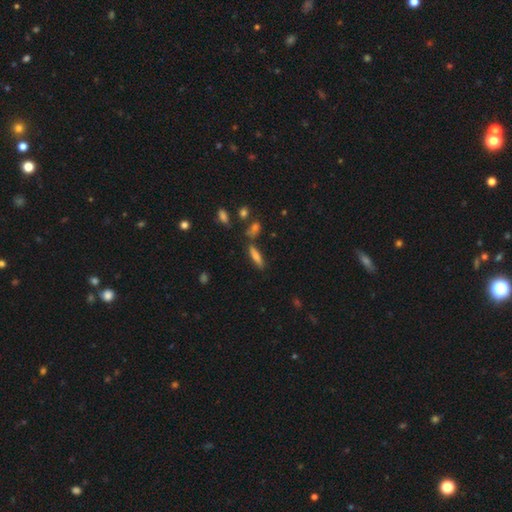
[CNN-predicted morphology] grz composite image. It shows a smooth galaxy with no disk features (60%) that is cigar-shaped (69%). Merging: none (73%).